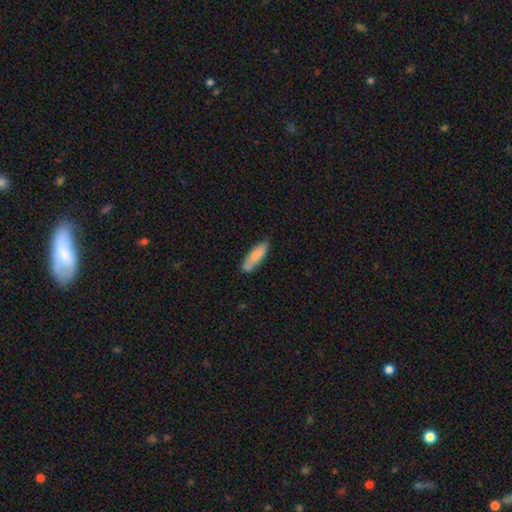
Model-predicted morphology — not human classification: This is clearly a smooth galaxy (81%). How rounded: possibly cigar-shaped (55%). Merging: likely none (76%).